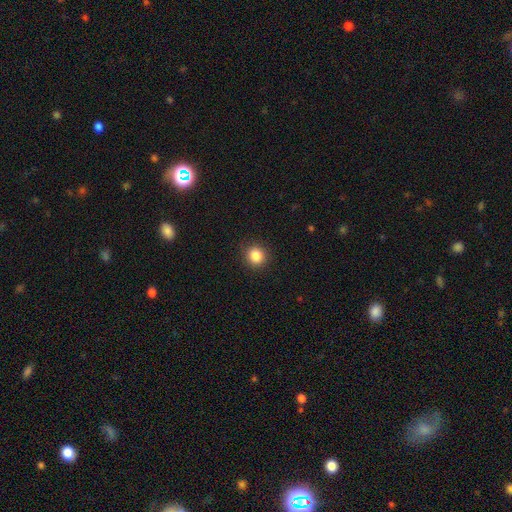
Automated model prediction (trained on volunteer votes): smooth_or_featured: smooth (p=0.86) [alt: star or artifact p=0.10]
how_rounded: round (p=0.88) [alt: in between p=0.11]
merging: none (p=0.90) [alt: minor disturbance p=0.07]